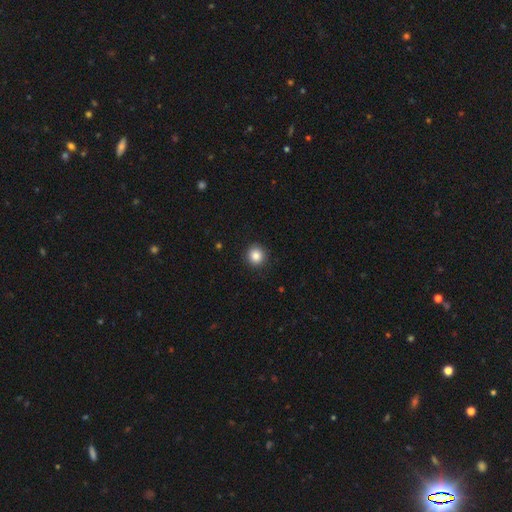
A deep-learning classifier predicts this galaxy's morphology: smooth-or-featured: smooth: 85% | star or artifact: 10% | featured or disk: 5%
  how-rounded: round: 92% | in between: 7% | cigar-shaped: 1%
  merging: none: 90% | minor disturbance: 7% | major disturbance: 2% | merger: 1%